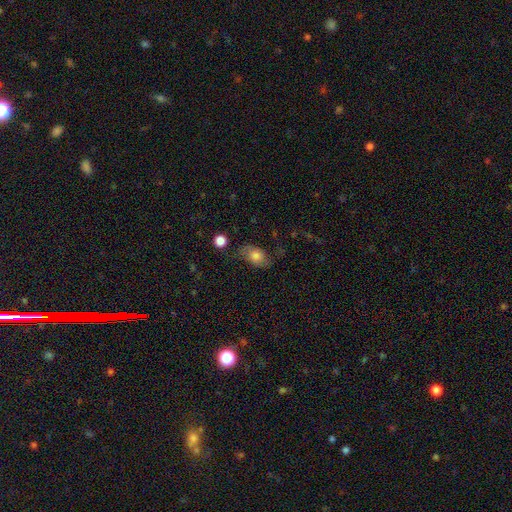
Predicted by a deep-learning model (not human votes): The model was most divided on "smooth or featured": smooth: 54%, featured or disk: 36%, star or artifact: 10%. More confident: how rounded — in between (77%); merging — none (59%).